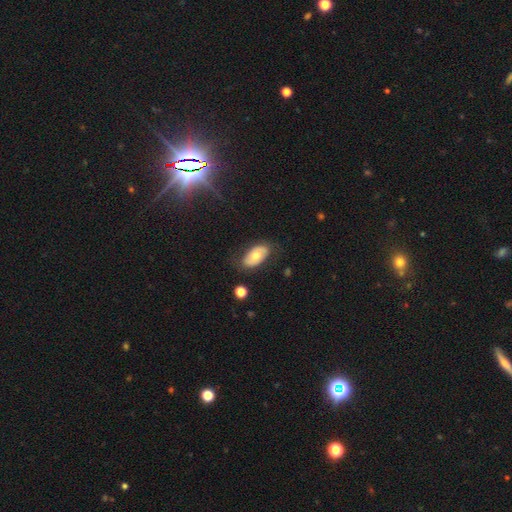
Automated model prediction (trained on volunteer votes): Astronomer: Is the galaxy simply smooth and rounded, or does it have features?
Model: smooth — 59% (runner-up: featured or disk, 34%).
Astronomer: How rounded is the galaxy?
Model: in between — 93%.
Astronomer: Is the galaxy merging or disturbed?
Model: none — 72%.